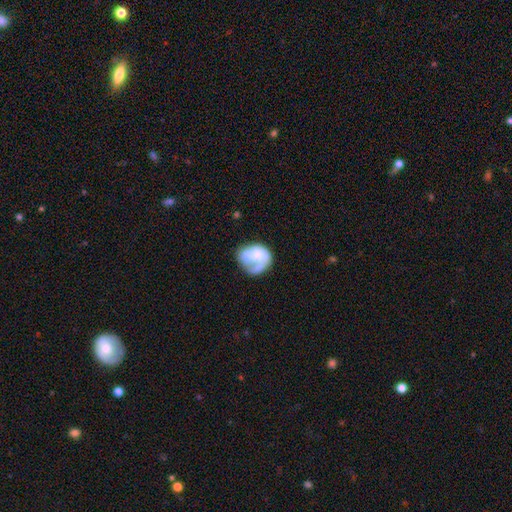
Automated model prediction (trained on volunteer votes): Smooth or featured: featured or disk — 58% (smooth — 36%)
Edge-on disk: no — 98% (yes — 2%)
Bar: no — 75% (weak — 21%)
Spiral arms: yes — 68% (no — 32%)
Bulge size: small — 35% (none — 33%)
Merging: none — 41% (major disturbance — 27%)